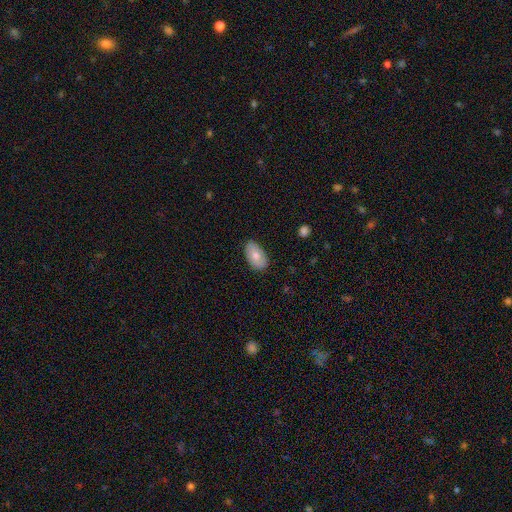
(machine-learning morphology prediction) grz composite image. It shows a smooth galaxy with no disk features (73%) that is in between round and cigar-shaped (94%). Merging: none (82%).